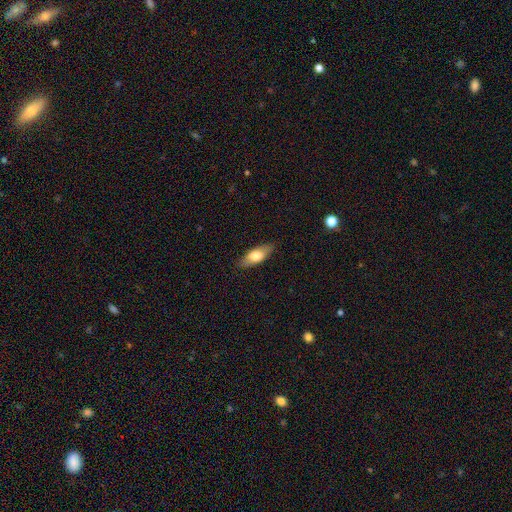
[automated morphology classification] smooth-or-featured: smooth: 69% | featured or disk: 25% | star or artifact: 6%
  how-rounded: in between: 77% | cigar-shaped: 20% | round: 3%
  merging: none: 85% | minor disturbance: 11% | major disturbance: 2% | merger: 1%